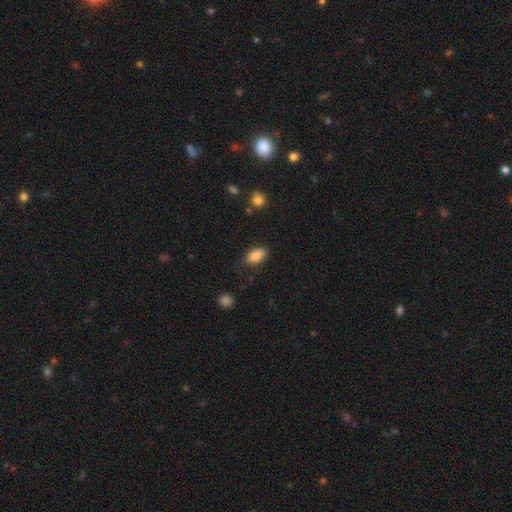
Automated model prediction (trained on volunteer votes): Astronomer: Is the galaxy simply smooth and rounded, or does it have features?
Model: smooth — 86%.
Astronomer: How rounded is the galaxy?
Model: in between — 91%.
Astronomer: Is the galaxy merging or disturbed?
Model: none — 79%.